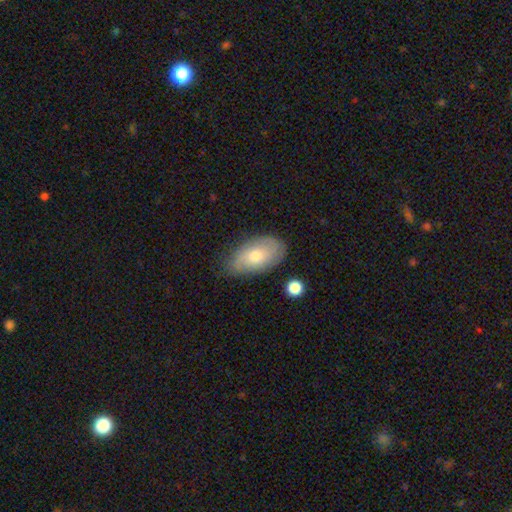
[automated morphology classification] Q: Smooth or featured?
A: smooth (65%); runner-up: featured or disk (28%)
Q: How rounded?
A: in between (92%); runner-up: round (6%)
Q: Merging?
A: none (70%); runner-up: minor disturbance (23%)